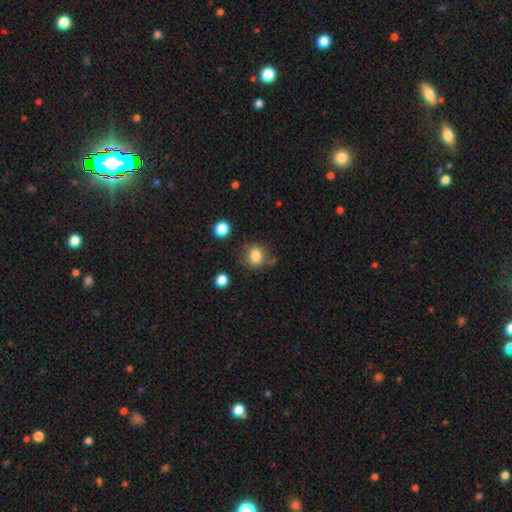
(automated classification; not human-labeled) Morphology: type=smooth (83%); roundness=round (79%); merging=none (73%).